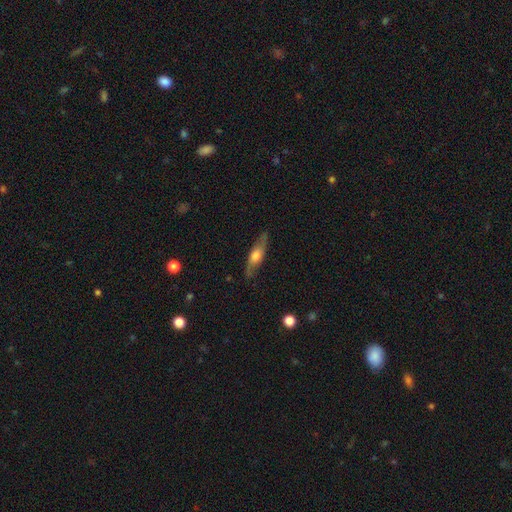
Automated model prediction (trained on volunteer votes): Smooth or featured?
  - featured or disk: 55% *
  - smooth: 39%
  - star or artifact: 6%
Edge-on disk?
  - yes: 68% *
  - no: 32%
Merging?
  - none: 80% *
  - minor disturbance: 15%
  - major disturbance: 4%
  - merger: 1%